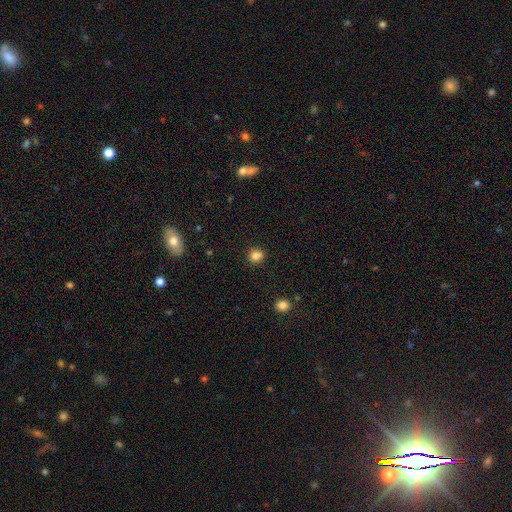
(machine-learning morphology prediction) This appears to be a smooth galaxy with no disk features (82%) that is round (81%). Merging: none (84%).